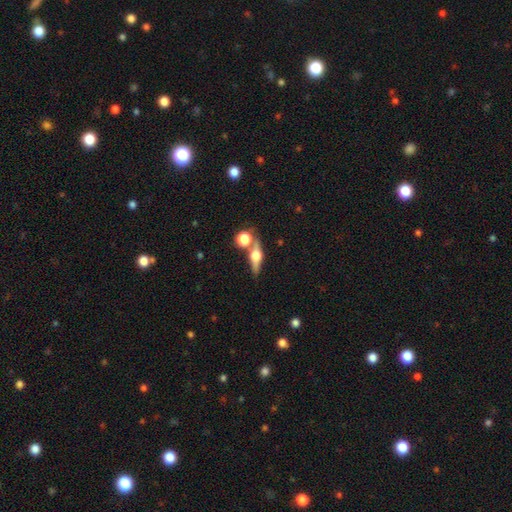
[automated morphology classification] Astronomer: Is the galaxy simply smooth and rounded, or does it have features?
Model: featured or disk — 59%.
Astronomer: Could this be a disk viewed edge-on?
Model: yes — 91%.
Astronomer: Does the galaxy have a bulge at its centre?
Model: rounded — 95%.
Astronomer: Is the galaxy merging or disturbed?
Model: none — 66%.